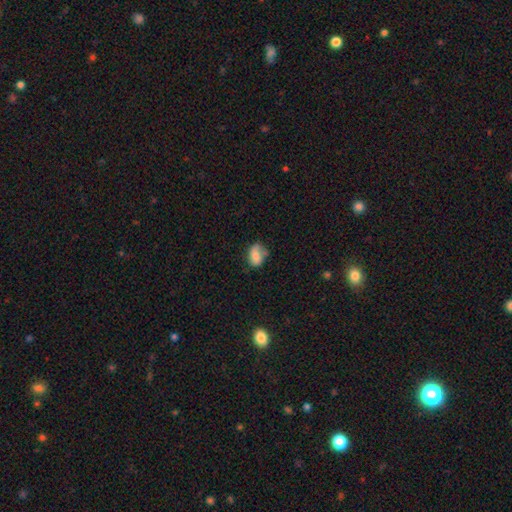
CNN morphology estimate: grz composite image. It shows a smooth galaxy with no disk features (68%) that is in between round and cigar-shaped (73%). Merging: none (49%).